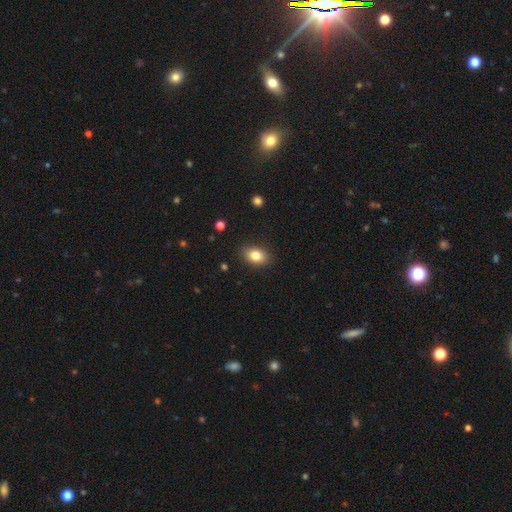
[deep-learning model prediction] Smooth or featured?
  - smooth: 82% *
  - star or artifact: 9%
  - featured or disk: 9%
How rounded?
  - in between: 80% *
  - round: 19%
  - cigar-shaped: 2%
Merging?
  - none: 87% *
  - minor disturbance: 10%
  - major disturbance: 2%
  - merger: 1%